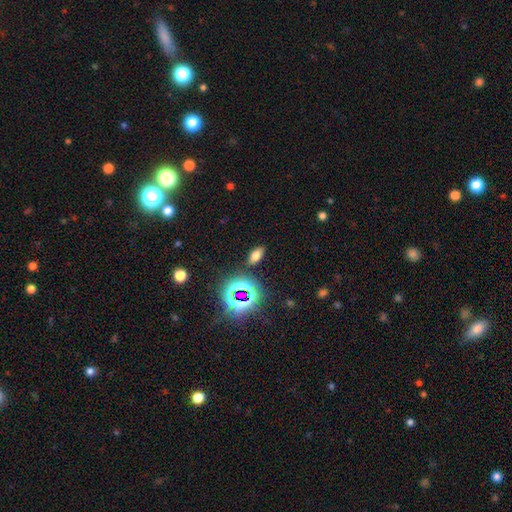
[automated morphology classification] Smooth or featured? Predicted: smooth (p=0.63). How rounded? Predicted: in between (p=0.83). Merging? Predicted: none (p=0.86).